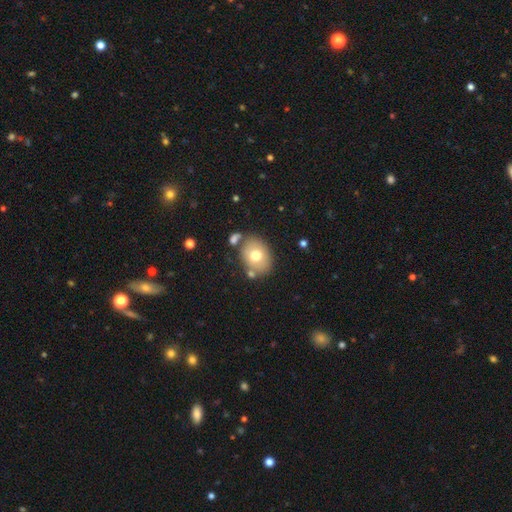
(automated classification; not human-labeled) Q: Smooth or featured?
A: smooth (70%); runner-up: featured or disk (21%)
Q: How rounded?
A: in between (54%); runner-up: round (45%)
Q: Merging?
A: none (73%); runner-up: minor disturbance (13%)